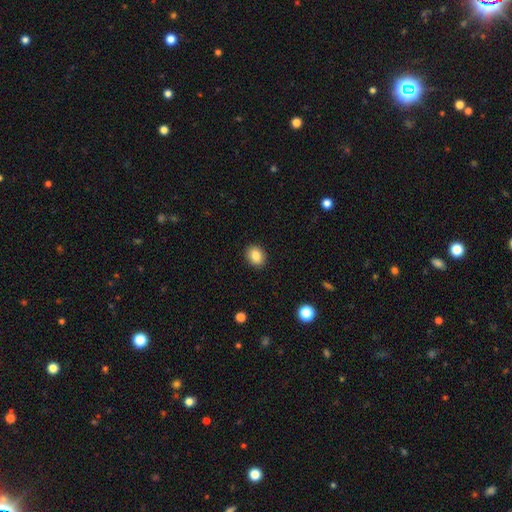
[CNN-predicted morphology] The model was most divided on "how rounded": in between: 50%, round: 49%, cigar-shaped: 1%. More confident: merging — none (91%); smooth or featured — smooth (85%).